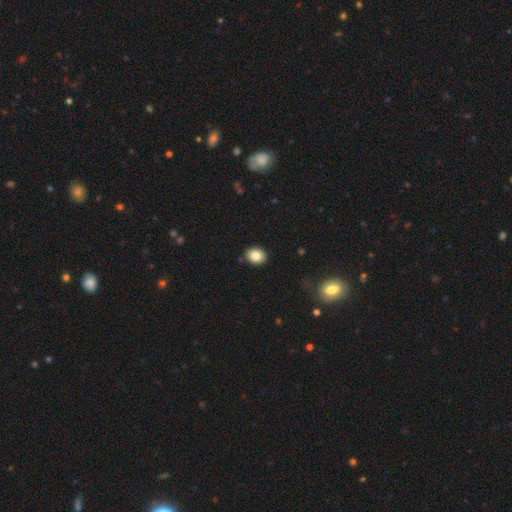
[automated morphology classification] Smooth or featured?
  - smooth: 83% *
  - star or artifact: 9%
  - featured or disk: 8%
How rounded?
  - in between: 55% *
  - round: 44%
  - cigar-shaped: 1%
Merging?
  - none: 89% *
  - minor disturbance: 8%
  - major disturbance: 2%
  - merger: 2%